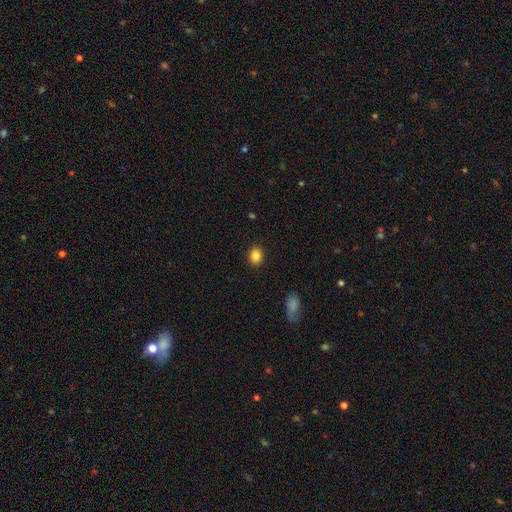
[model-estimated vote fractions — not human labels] Smooth or featured: smooth — 86% (star or artifact — 10%)
How rounded: round — 56% (in between — 43%)
Merging: none — 89% (minor disturbance — 7%)